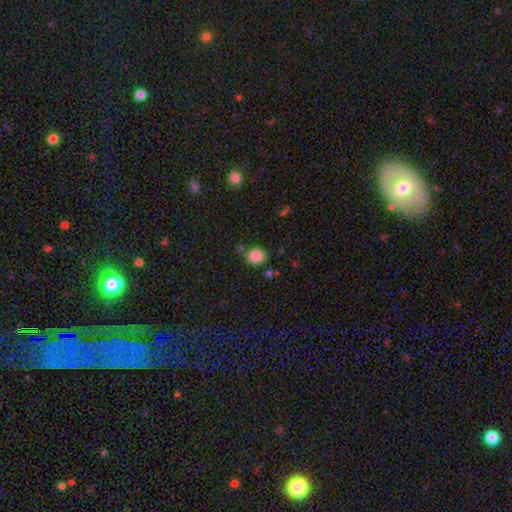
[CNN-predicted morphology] This appears to be a smooth galaxy with no disk features (86%) that is round (65%). Merging: none (72%).